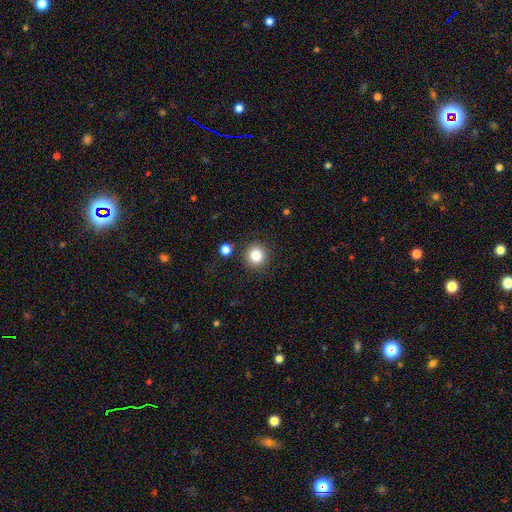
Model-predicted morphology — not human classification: smooth-or-featured: smooth: 83% | star or artifact: 11% | featured or disk: 6%
  how-rounded: round: 93% | in between: 6% | cigar-shaped: 1%
  merging: none: 87% | minor disturbance: 7% | merger: 4% | major disturbance: 2%